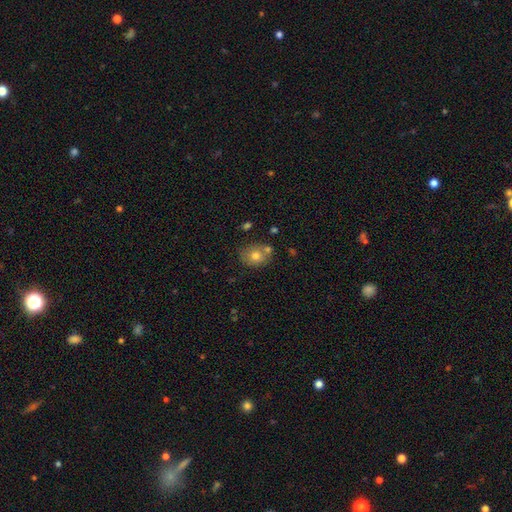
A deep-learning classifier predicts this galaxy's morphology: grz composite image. It shows a smooth galaxy with no disk features (73%) that is round (58%). Merging: none (64%).